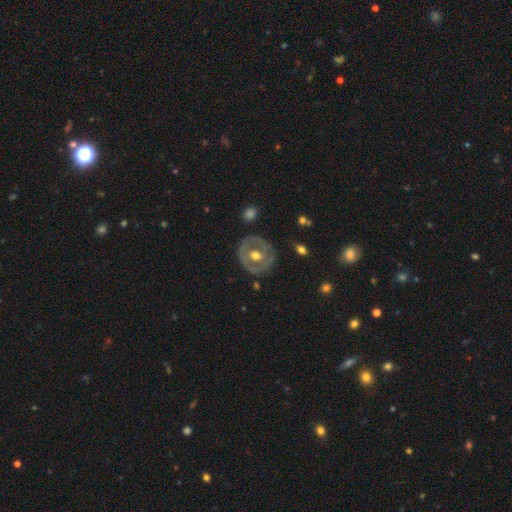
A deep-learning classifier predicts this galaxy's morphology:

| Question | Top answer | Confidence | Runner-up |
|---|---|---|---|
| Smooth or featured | featured or disk | 65% | smooth (30%) |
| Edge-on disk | no | 95% | yes (5%) |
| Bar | no | 67% | weak (24%) |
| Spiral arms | no | 74% | yes (26%) |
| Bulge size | moderate | 78% | large (11%) |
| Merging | none | 77% | minor disturbance (16%) |